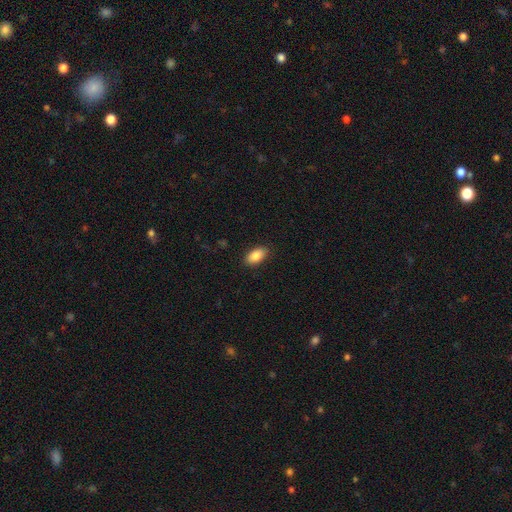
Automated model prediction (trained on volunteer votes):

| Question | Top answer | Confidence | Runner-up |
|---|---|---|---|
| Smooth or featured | smooth | 87% | star or artifact (7%) |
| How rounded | in between | 92% | round (4%) |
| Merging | none | 88% | minor disturbance (9%) |